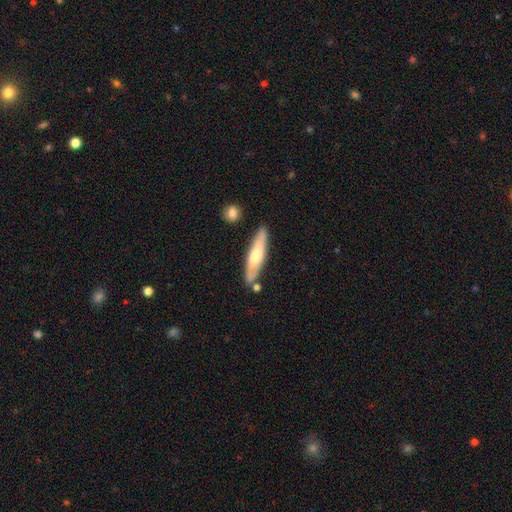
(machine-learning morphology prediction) Smooth or featured?
  - smooth: 52% *
  - featured or disk: 43%
  - star or artifact: 5%
How rounded?
  - cigar-shaped: 77% *
  - in between: 22%
  - round: 2%
Merging?
  - none: 79% *
  - minor disturbance: 12%
  - merger: 6%
  - major disturbance: 3%